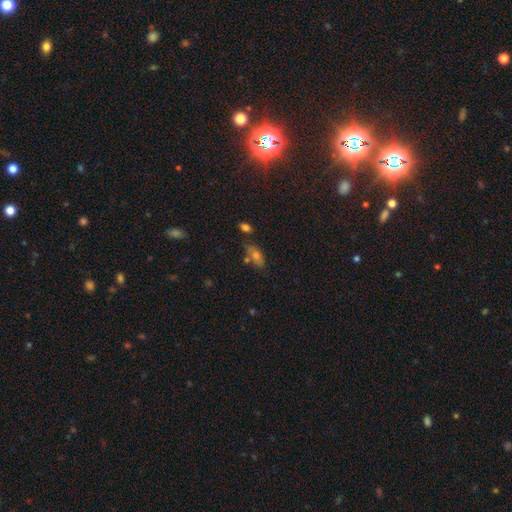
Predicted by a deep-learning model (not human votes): smooth-or-featured: smooth: 59% | star or artifact: 21% | featured or disk: 20%
  how-rounded: in between: 77% | cigar-shaped: 16% | round: 7%
  merging: none: 63% | minor disturbance: 18% | merger: 13% | major disturbance: 6%